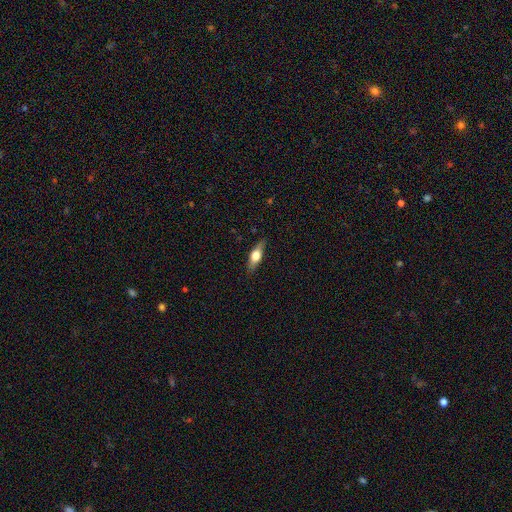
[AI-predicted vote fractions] The model was most divided on "smooth or featured": smooth: 49%, featured or disk: 44%, star or artifact: 7%. More confident: merging — none (81%).